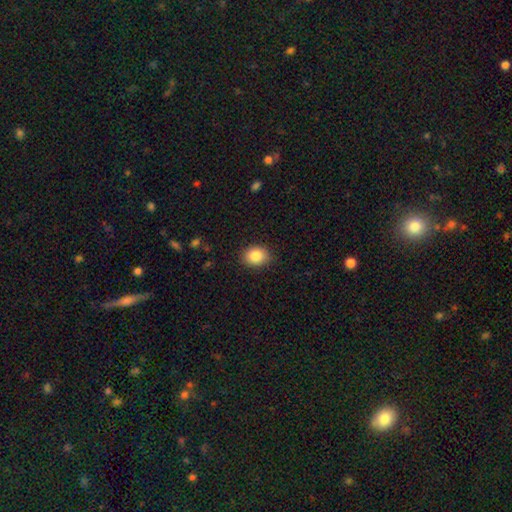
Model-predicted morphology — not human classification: type=smooth (85%); roundness=round (53%); merging=none (87%).